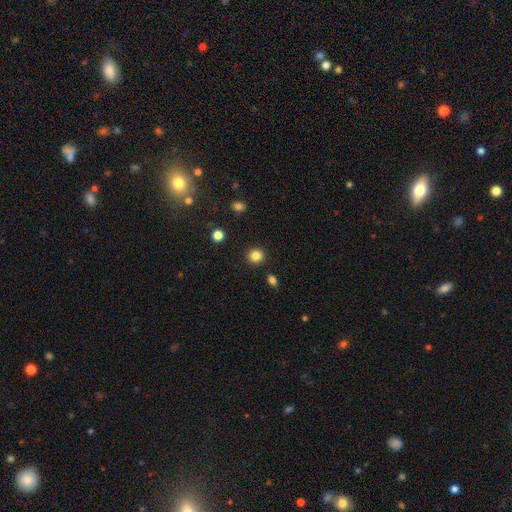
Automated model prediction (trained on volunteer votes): Overall: smooth (85%). How rounded: round (90%). Merging: none (90%).